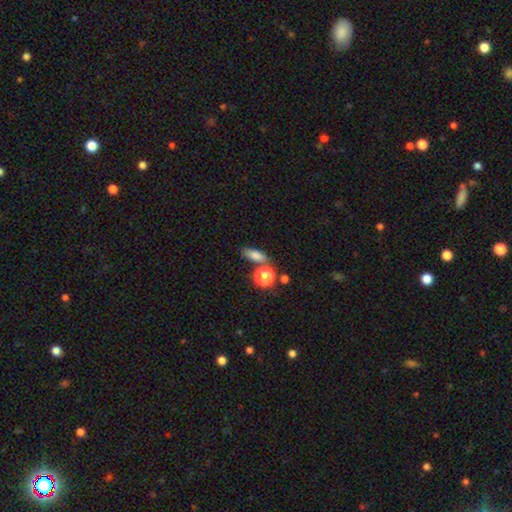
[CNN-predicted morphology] Smooth or featured? smooth (78%)
How rounded? in between (62%)
Merging? none (69%)